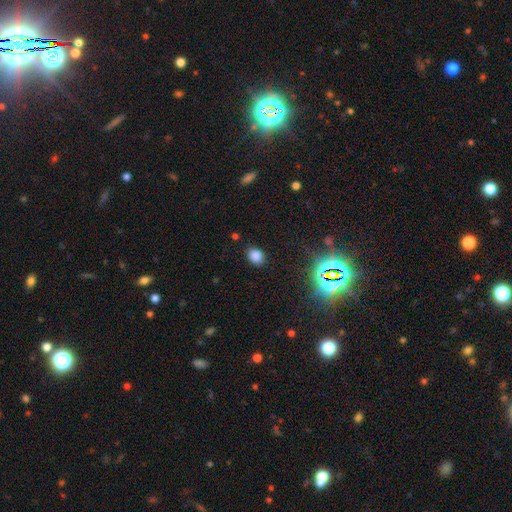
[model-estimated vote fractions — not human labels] A smooth galaxy with no disk features (80%) that is in between round and cigar-shaped (67%).

Vote fractions:
- Smooth or featured? smooth: 80% / star or artifact: 15% / featured or disk: 5%
- How rounded? in between: 67% / round: 32% / cigar-shaped: 1%
- Merging? none: 85% / minor disturbance: 11% / major disturbance: 3% / merger: 1%